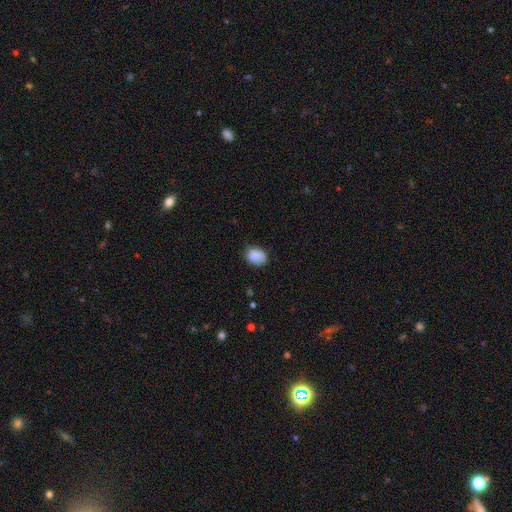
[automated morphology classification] A smooth galaxy with no disk features (86%) that is in between round and cigar-shaped (64%). Merging: none (76%).